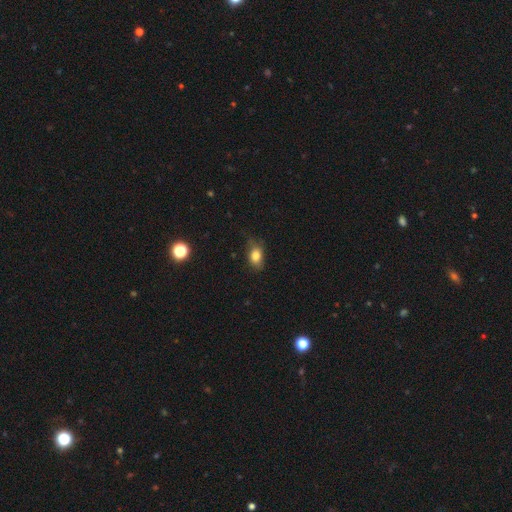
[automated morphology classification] smooth 81%, star or artifact 10%, featured or disk 9%. Down the decision tree: how rounded — in between (78%); merging — none (68%).